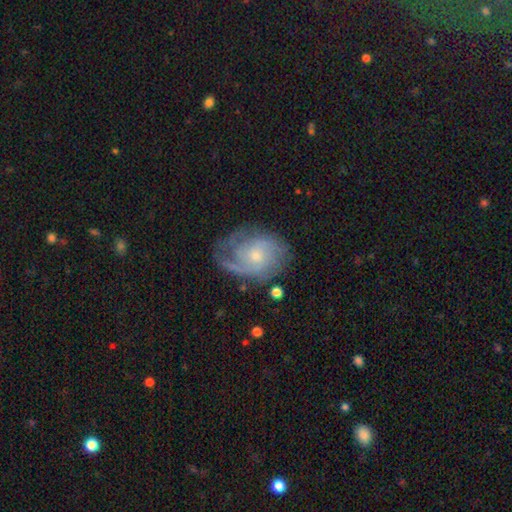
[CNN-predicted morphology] Overall: featured or disk (80%). Edge-on disk: no (97%). Bar: no (73%). Spiral arms: yes (93%). Spiral arm count: 2 (33%; can't tell 29%). Spiral winding: tight (48%; medium 38%). Bulge size: small (64%; moderate 31%). Merging: none (62%; minor disturbance 22%).